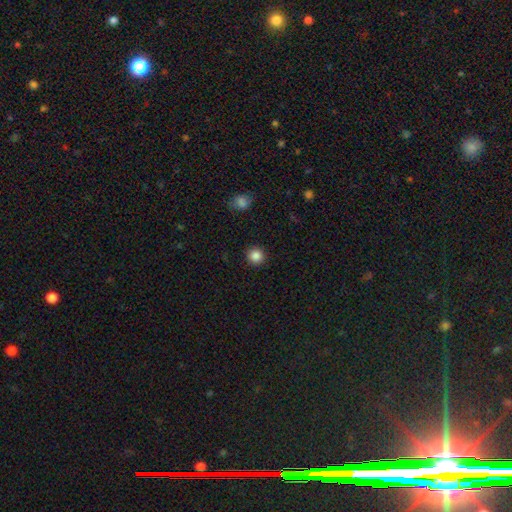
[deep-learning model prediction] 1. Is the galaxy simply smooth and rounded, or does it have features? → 86% smooth, 11% star or artifact, 4% featured or disk.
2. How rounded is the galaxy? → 94% round, 5% in between, 1% cigar-shaped.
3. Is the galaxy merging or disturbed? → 92% none, 5% minor disturbance, 2% major disturbance, 1% merger.